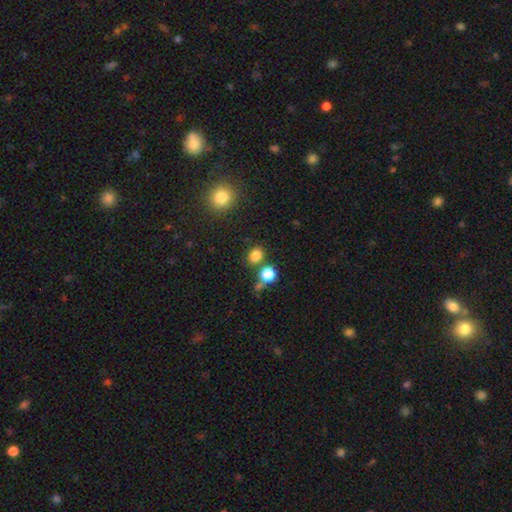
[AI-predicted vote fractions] Smooth or featured: smooth — 81% (star or artifact — 14%)
How rounded: round — 60% (in between — 38%)
Merging: none — 74% (merger — 13%)